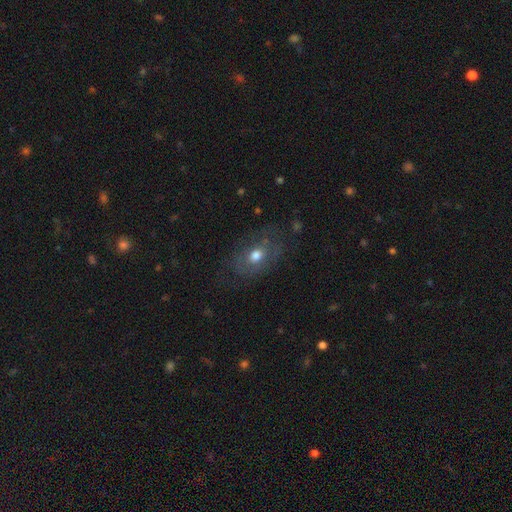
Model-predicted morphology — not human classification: Smooth or featured?
  - smooth: 54% *
  - featured or disk: 35%
  - star or artifact: 10%
How rounded?
  - in between: 74% *
  - round: 24%
  - cigar-shaped: 2%
Merging?
  - none: 64% *
  - minor disturbance: 21%
  - major disturbance: 14%
  - merger: 2%